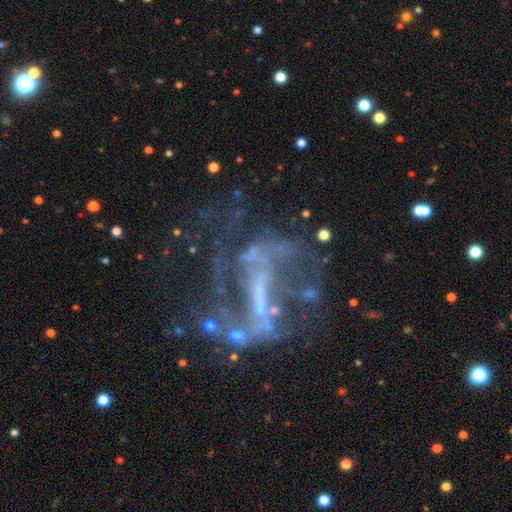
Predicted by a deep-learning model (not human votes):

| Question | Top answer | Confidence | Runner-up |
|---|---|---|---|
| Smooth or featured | featured or disk | 74% | star or artifact (18%) |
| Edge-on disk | no | 93% | yes (7%) |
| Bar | strong | 47% | no (27%) |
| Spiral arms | yes | 52% | no (48%) |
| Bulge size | none | 62% | small (24%) |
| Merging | none | 41% | major disturbance (35%) |